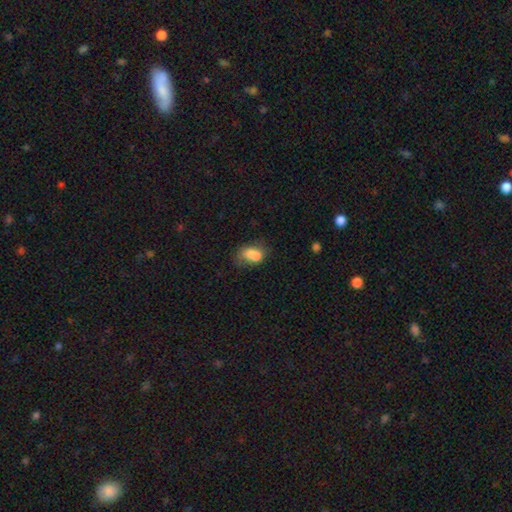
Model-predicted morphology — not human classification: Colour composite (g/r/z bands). It shows a smooth galaxy with no disk features (73%) that is in between round and cigar-shaped (79%). Merging: none (30%).